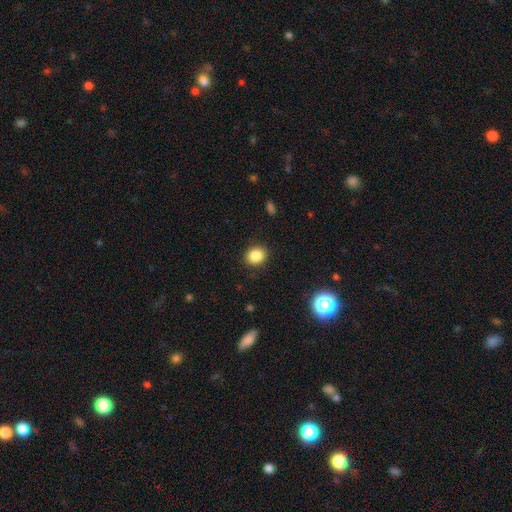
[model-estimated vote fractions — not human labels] Smooth or featured: smooth — 85% (star or artifact — 10%)
How rounded: round — 72% (in between — 27%)
Merging: none — 90% (minor disturbance — 7%)